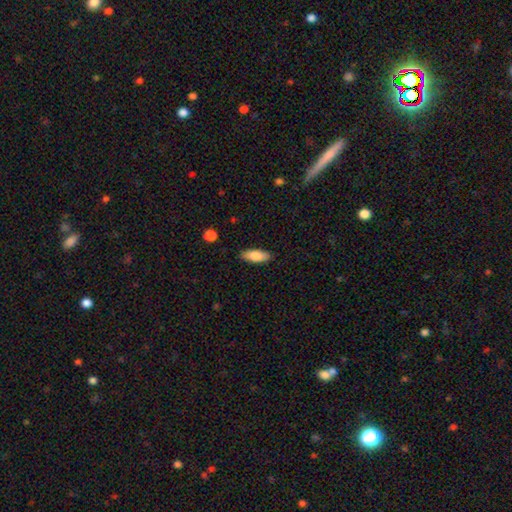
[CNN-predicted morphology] Smooth or featured? smooth (86%)
How rounded? in between (75%)
Merging? none (86%)